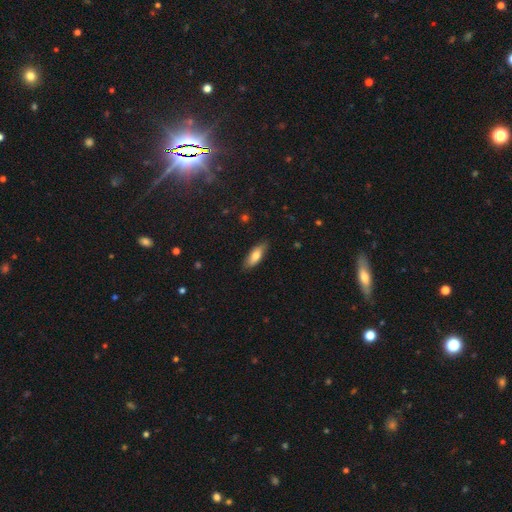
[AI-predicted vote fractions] smooth-or-featured: smooth: 74% | featured or disk: 20% | star or artifact: 6%
  how-rounded: in between: 69% | cigar-shaped: 29% | round: 2%
  merging: none: 83% | minor disturbance: 14% | major disturbance: 2% | merger: 1%